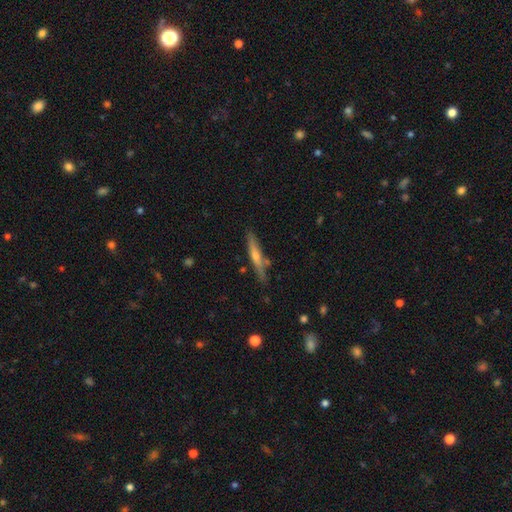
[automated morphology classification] A featured or disk galaxy (57%) viewed edge-on (94%) with a rounded central bulge (72%).

Vote fractions:
- Smooth or featured? featured or disk: 57% / smooth: 37% / star or artifact: 7%
- Edge-on disk? yes: 94% / no: 6%
- Edge-on bulge? rounded: 72% / none: 23% / boxy: 5%
- Merging? none: 81% / minor disturbance: 12% / merger: 4% / major disturbance: 2%